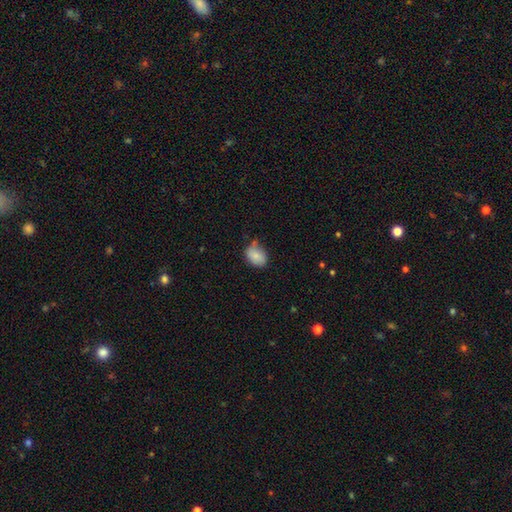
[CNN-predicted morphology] A smooth galaxy with no disk features (83%) that is in between round and cigar-shaped (75%).

Vote fractions:
- Smooth or featured? smooth: 83% / featured or disk: 9% / star or artifact: 8%
- How rounded? in between: 75% / round: 24% / cigar-shaped: 1%
- Merging? none: 58% / minor disturbance: 31% / major disturbance: 6% / merger: 5%